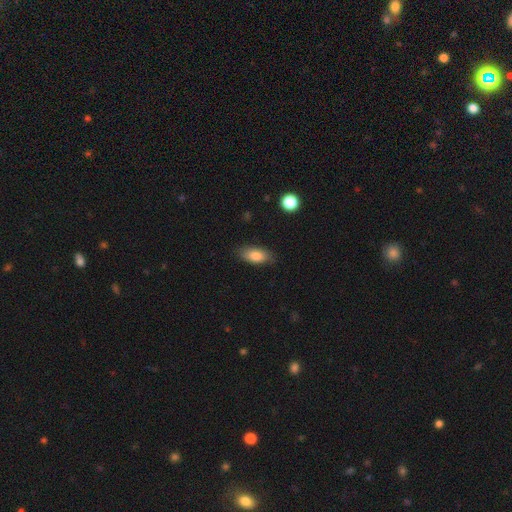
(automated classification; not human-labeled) Overall: smooth (84%). How rounded: in between (87%). Merging: none (81%).